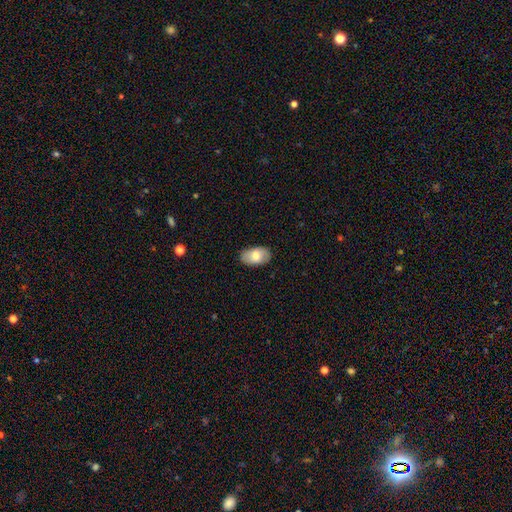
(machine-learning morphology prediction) This is likely a smooth galaxy (74%). How rounded: clearly in between (93%). Merging: clearly none (84%).